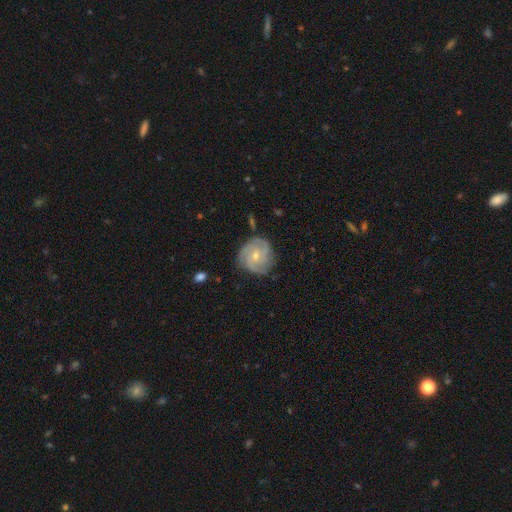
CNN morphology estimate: A featured or disk galaxy (79%) with no bar (57%), 3 (45%) tight (57%) spiral arms (95%) and a small central bulge (54%).

Vote fractions:
- Smooth or featured? featured or disk: 79% / smooth: 16% / star or artifact: 5%
- Edge-on disk? no: 98% / yes: 2%
- Bar? no: 57% / weak: 37% / strong: 6%
- Spiral arms? yes: 95% / no: 5%
- Spiral winding? tight: 57% / medium: 35% / loose: 8%
- Spiral arm count? 3: 45% / 2: 18% / can't tell: 18% / 4: 11% / 1: 4% / more than 4: 4%
- Bulge size? small: 54% / moderate: 43% / none: 1% / large: 1% / dominant: 1%
- Merging? none: 75% / minor disturbance: 19% / major disturbance: 5% / merger: 2%